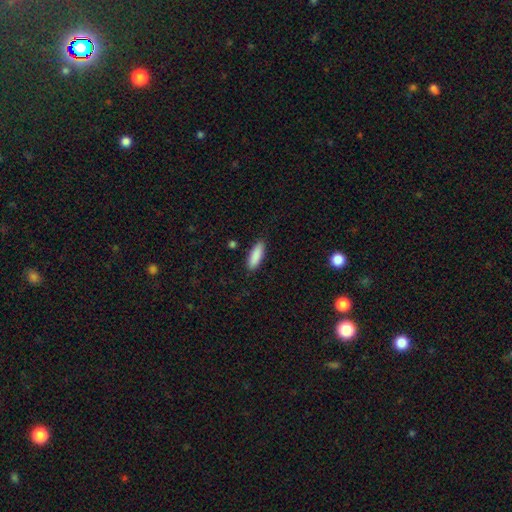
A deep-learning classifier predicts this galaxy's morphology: smooth_or_featured: smooth (p=0.89) [alt: star or artifact p=0.06]
how_rounded: in between (p=0.60) [alt: cigar-shaped p=0.38]
merging: none (p=0.88) [alt: minor disturbance p=0.09]